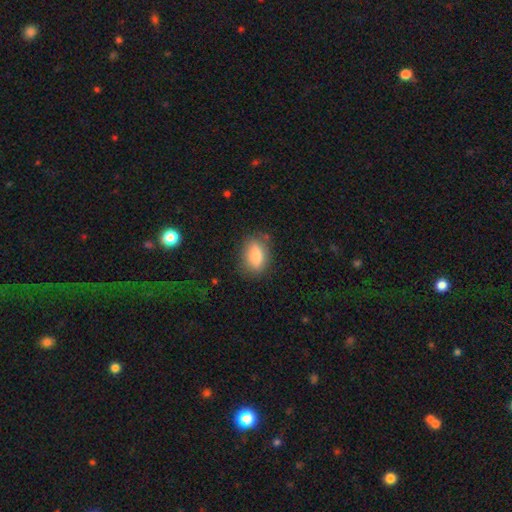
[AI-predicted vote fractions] Overall: smooth (81%). How rounded: in between (82%). Merging: none (79%).